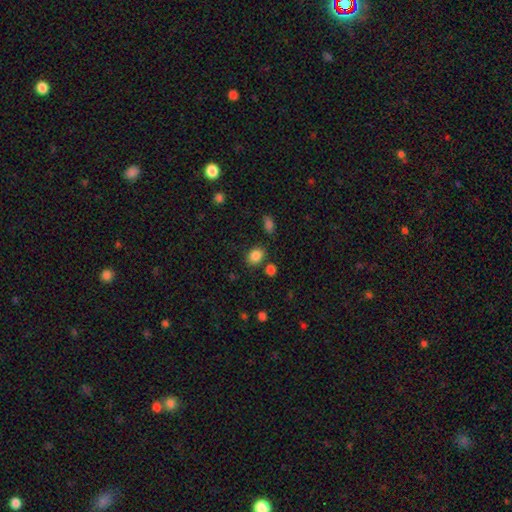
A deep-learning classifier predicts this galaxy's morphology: Smooth or featured: smooth — 86% (star or artifact — 10%)
How rounded: in between — 57% (round — 42%)
Merging: none — 77% (minor disturbance — 12%)